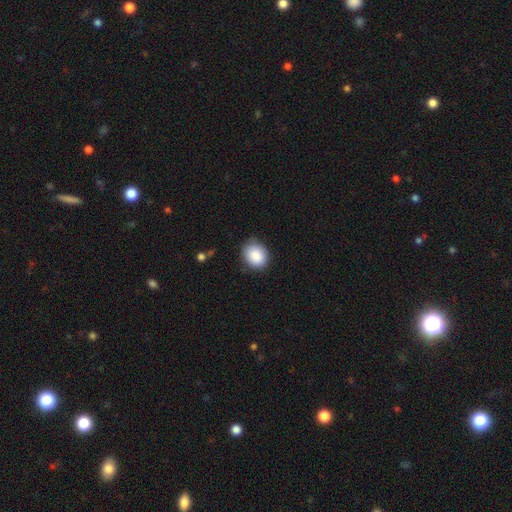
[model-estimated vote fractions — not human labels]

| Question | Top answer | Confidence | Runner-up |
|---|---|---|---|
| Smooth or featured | smooth | 88% | star or artifact (7%) |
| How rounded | round | 53% | in between (46%) |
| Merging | none | 82% | minor disturbance (14%) |